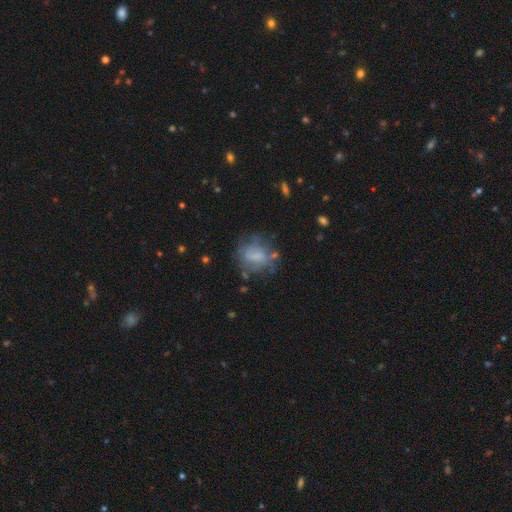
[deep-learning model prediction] Smooth or featured? smooth (52%)
How rounded? round (58%)
Merging? none (54%)